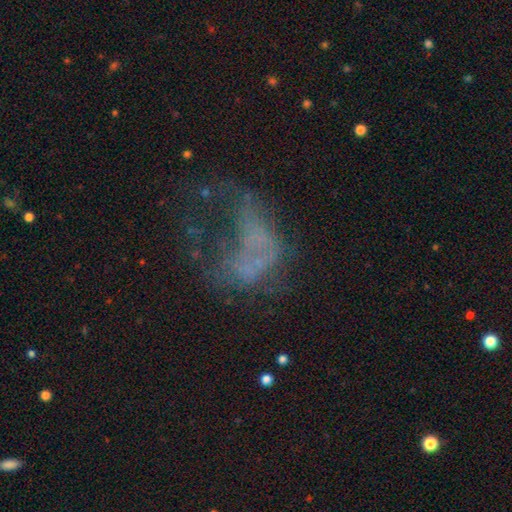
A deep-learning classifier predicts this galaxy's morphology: type=featured or disk (51%); edge-on=no (97%); merging=major disturbance (52%).